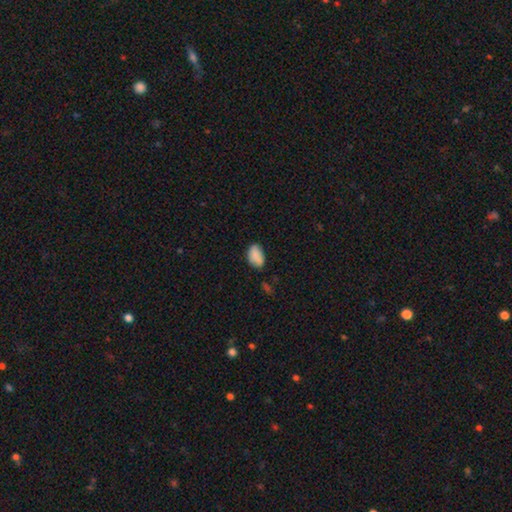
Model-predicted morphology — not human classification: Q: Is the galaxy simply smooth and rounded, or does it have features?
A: smooth — 86%.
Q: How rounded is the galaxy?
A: in between — 90%.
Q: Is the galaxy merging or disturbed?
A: none — 69%.